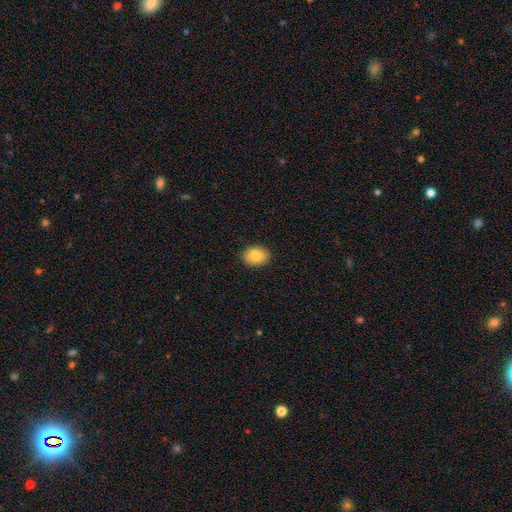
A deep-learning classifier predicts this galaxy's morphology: Q: Smooth or featured?
A: smooth (85%); runner-up: star or artifact (8%)
Q: How rounded?
A: in between (68%); runner-up: round (31%)
Q: Merging?
A: none (89%); runner-up: minor disturbance (8%)